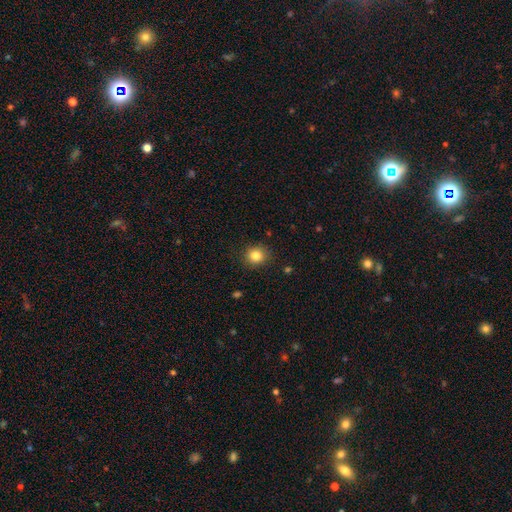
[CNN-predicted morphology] Q: Smooth or featured?
A: smooth (83%); runner-up: star or artifact (11%)
Q: How rounded?
A: round (84%); runner-up: in between (15%)
Q: Merging?
A: none (89%); runner-up: minor disturbance (8%)